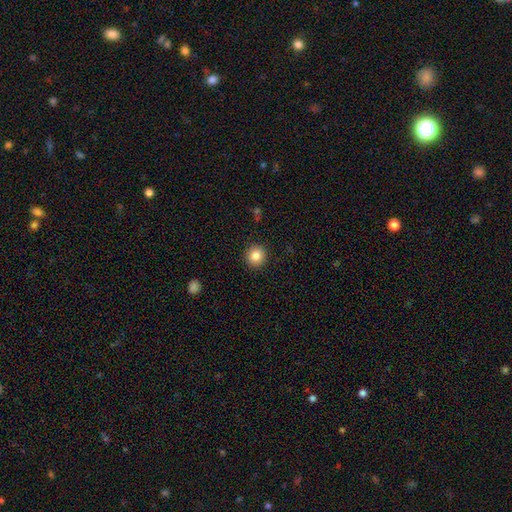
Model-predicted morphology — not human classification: This appears to be a smooth galaxy with no disk features (85%) that is round (92%). Merging: none (92%).